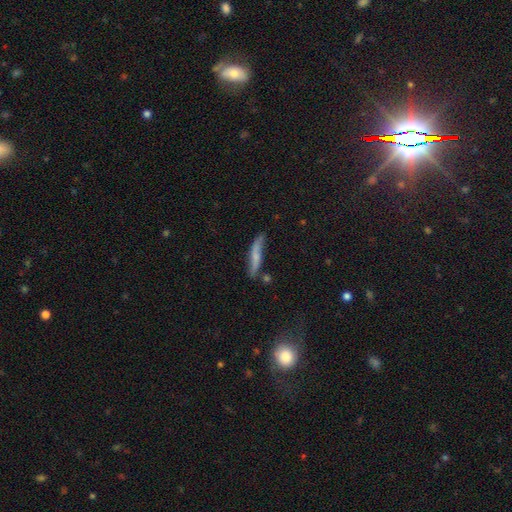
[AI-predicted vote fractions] Morphology: type=smooth (53%); roundness=cigar-shaped (87%); merging=none (67%).